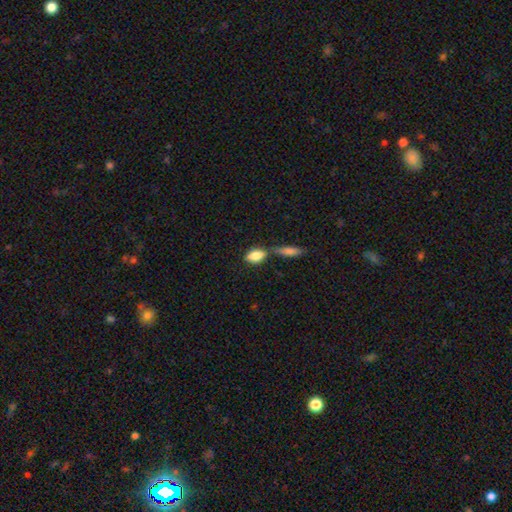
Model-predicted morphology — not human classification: Overall: smooth (83%). How rounded: in between (87%). Merging: none (47%; merger 35%).